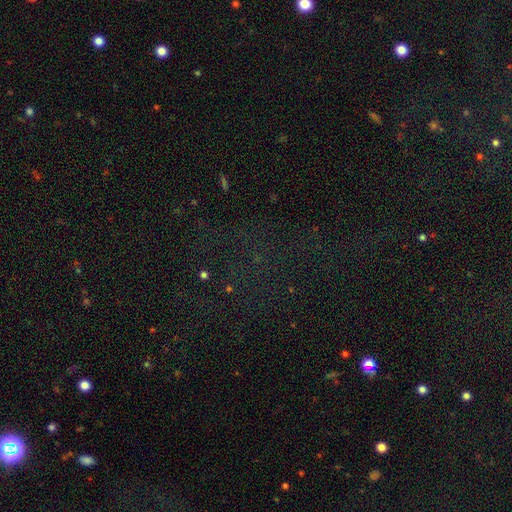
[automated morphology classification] Smooth or featured? star or artifact (69%)